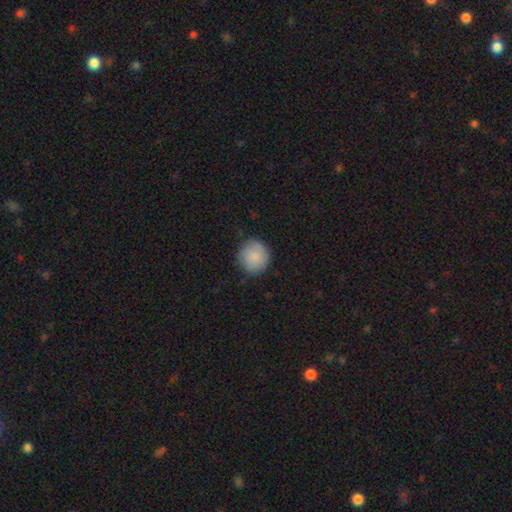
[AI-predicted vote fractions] smooth 87%, star or artifact 7%, featured or disk 6%. Down the decision tree: how rounded — round (92%); merging — none (86%).